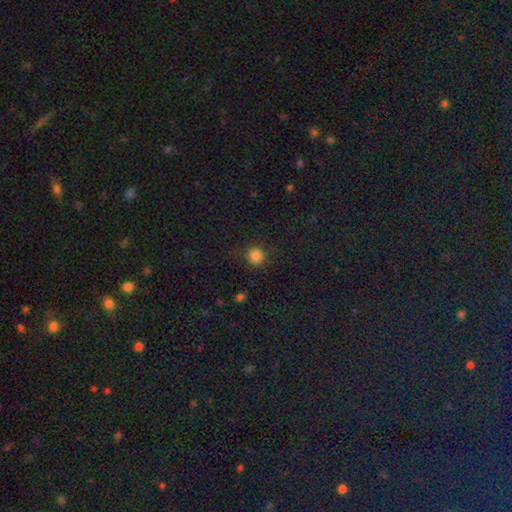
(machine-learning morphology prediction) This appears to be a smooth galaxy with no disk features (84%) that is round (93%). Merging: none (87%).